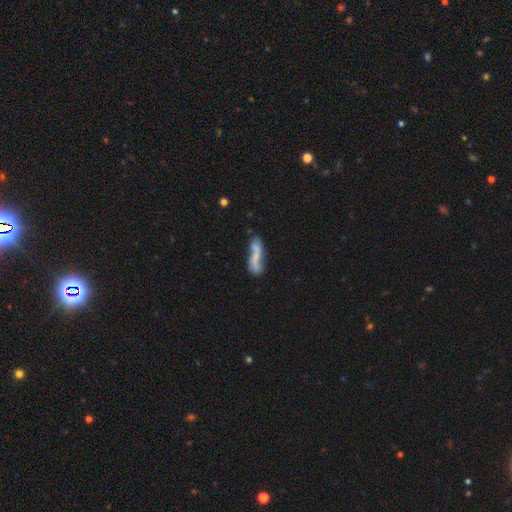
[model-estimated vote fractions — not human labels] This is possibly a smooth galaxy (49%). Merging: marginally none (44%).